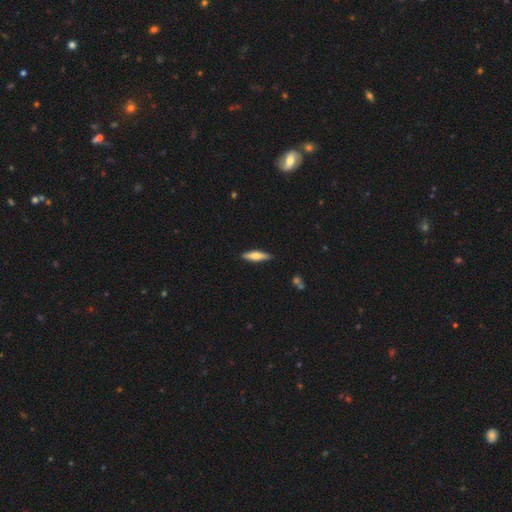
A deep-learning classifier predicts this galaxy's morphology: A smooth galaxy with no disk features (60%) that is cigar-shaped (70%). Merging: none (88%).